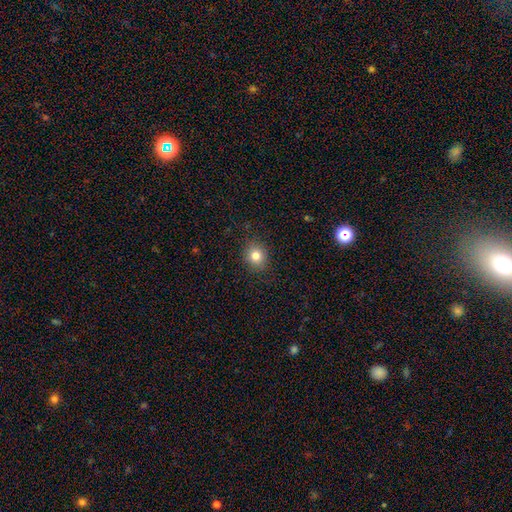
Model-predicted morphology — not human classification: The model was most divided on "how rounded": round: 72%, in between: 27%, cigar-shaped: 1%. More confident: merging — none (88%); smooth or featured — smooth (81%).